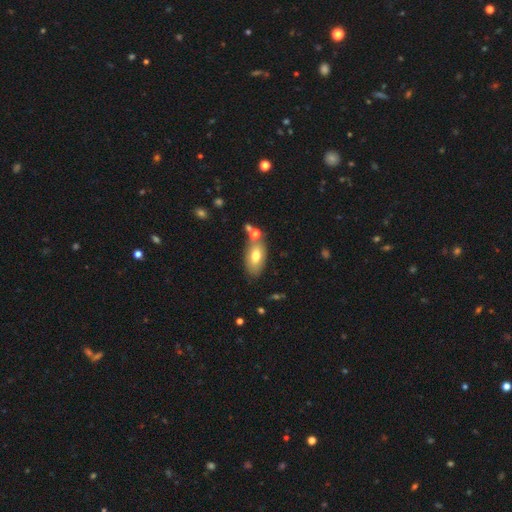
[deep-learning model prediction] The model was most divided on "smooth or featured": smooth: 70%, featured or disk: 22%, star or artifact: 8%. More confident: how rounded — in between (89%); merging — none (68%).